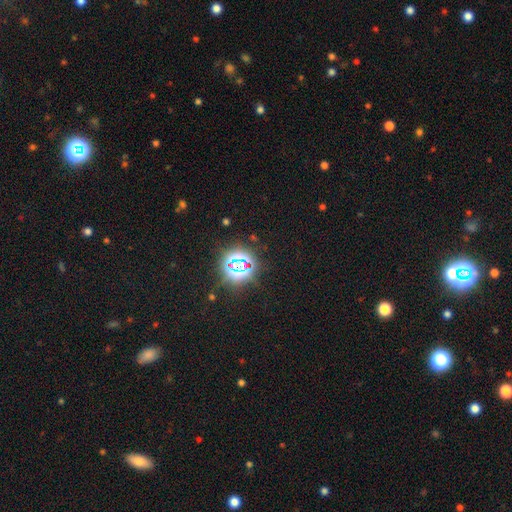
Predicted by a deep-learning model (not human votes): Overall: star or artifact (73%).